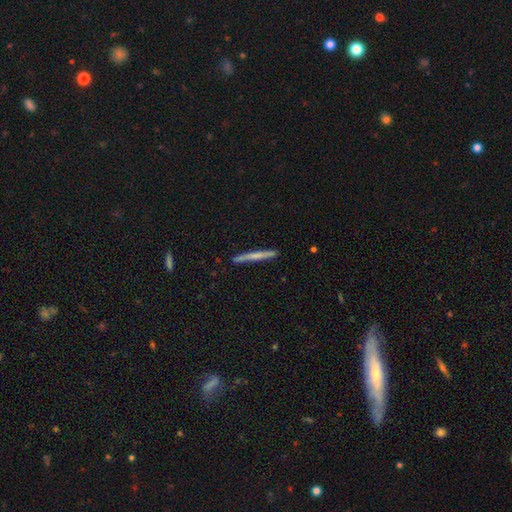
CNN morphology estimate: This is possibly a smooth galaxy (47%, tied with featured or disk). Merging: clearly none (90%).